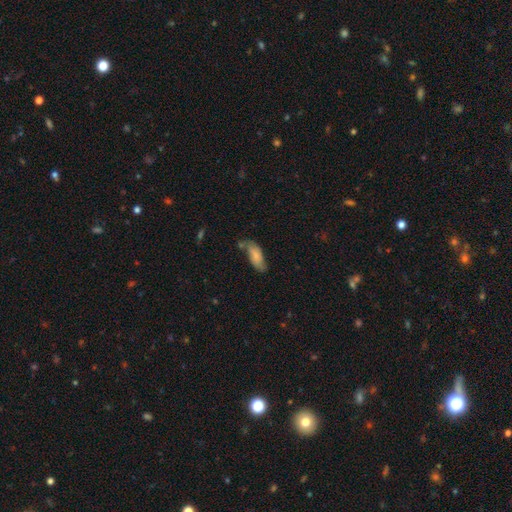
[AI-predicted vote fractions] Smooth or featured: smooth — 69% (featured or disk — 25%)
How rounded: in between — 78% (cigar-shaped — 20%)
Merging: none — 53% (minor disturbance — 29%)